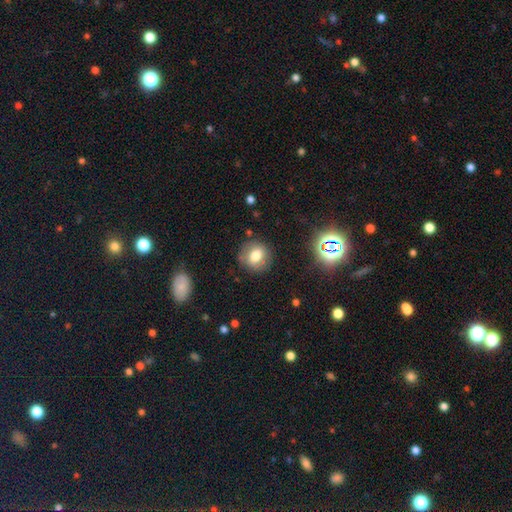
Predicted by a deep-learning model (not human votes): This is likely a smooth galaxy (71%). How rounded: clearly round (83%). Merging: clearly none (83%).